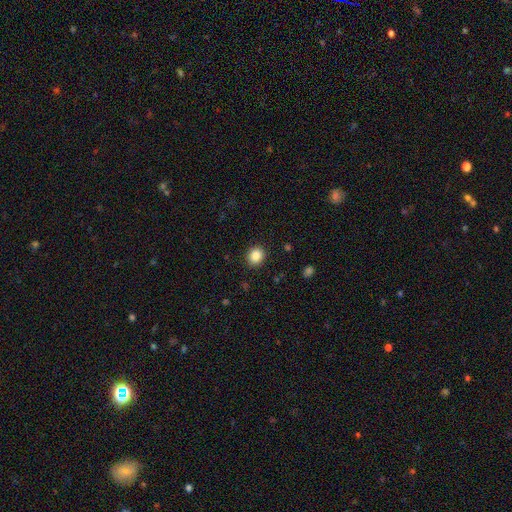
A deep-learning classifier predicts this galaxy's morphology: This is clearly a smooth galaxy (85%). How rounded: likely round (76%). Merging: clearly none (91%).